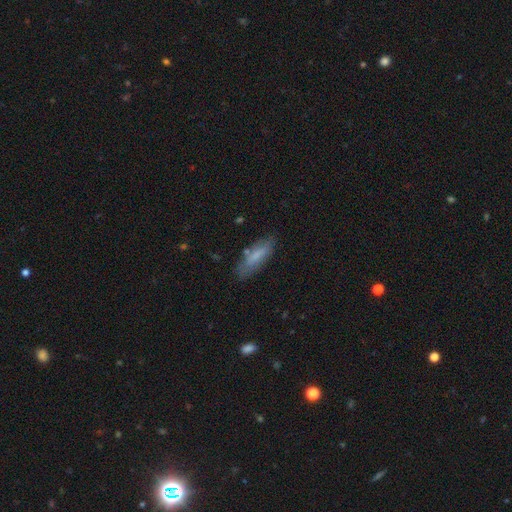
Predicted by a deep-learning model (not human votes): Q: Smooth or featured?
A: smooth (72%); runner-up: featured or disk (21%)
Q: How rounded?
A: in between (50%); runner-up: cigar-shaped (48%)
Q: Merging?
A: none (73%); runner-up: minor disturbance (19%)